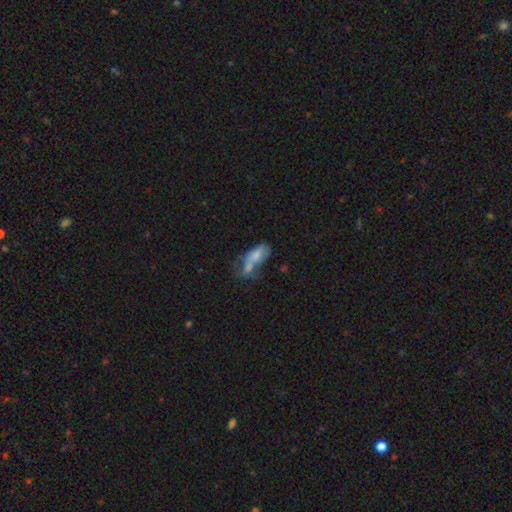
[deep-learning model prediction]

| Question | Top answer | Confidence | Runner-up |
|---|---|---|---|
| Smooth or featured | smooth | 63% | featured or disk (28%) |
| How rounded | in between | 84% | cigar-shaped (12%) |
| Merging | merger | 51% | none (18%) |